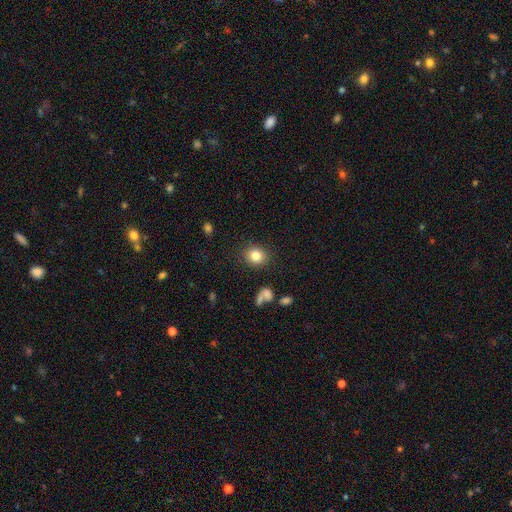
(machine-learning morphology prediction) Smooth or featured?
  - smooth: 82% *
  - star or artifact: 10%
  - featured or disk: 7%
How rounded?
  - round: 77% *
  - in between: 23%
  - cigar-shaped: 1%
Merging?
  - none: 88% *
  - minor disturbance: 8%
  - major disturbance: 3%
  - merger: 2%